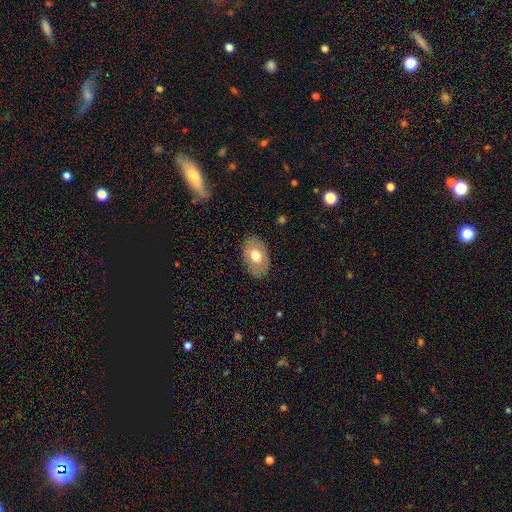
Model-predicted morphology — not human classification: A smooth galaxy with no disk features (67%) that is in between round and cigar-shaped (87%).

Vote fractions:
- Smooth or featured? smooth: 67% / featured or disk: 26% / star or artifact: 7%
- How rounded? in between: 87% / round: 12% / cigar-shaped: 1%
- Merging? none: 85% / minor disturbance: 11% / major disturbance: 3% / merger: 1%